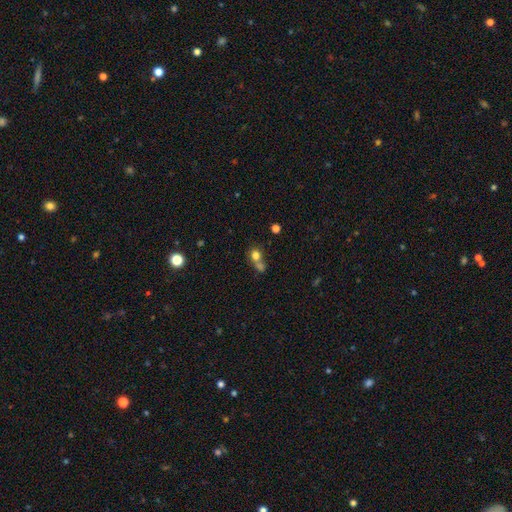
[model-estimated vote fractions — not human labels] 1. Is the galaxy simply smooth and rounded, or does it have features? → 75% smooth, 13% star or artifact, 12% featured or disk.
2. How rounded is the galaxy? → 75% round, 24% in between, 2% cigar-shaped.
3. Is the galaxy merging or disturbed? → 51% merger, 35% none, 8% minor disturbance, 5% major disturbance.